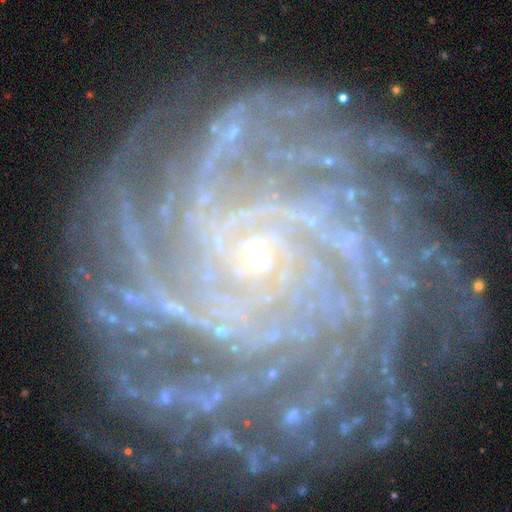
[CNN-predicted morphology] A featured or disk galaxy (90%) with no bar (66%), more than 4 (43%) tight (81%) spiral arms (98%) and a small central bulge (87%).

Vote fractions:
- Smooth or featured? featured or disk: 90% / star or artifact: 6% / smooth: 4%
- Edge-on disk? no: 98% / yes: 2%
- Bar? no: 66% / weak: 23% / strong: 10%
- Spiral arms? yes: 98% / no: 2%
- Spiral winding? tight: 81% / medium: 16% / loose: 3%
- Spiral arm count? more than 4: 43% / 4: 16% / can't tell: 15% / 3: 9% / 2: 9% / 1: 8%
- Bulge size? small: 87% / moderate: 9% / none: 2% / large: 1% / dominant: 1%
- Merging? none: 81% / minor disturbance: 12% / major disturbance: 5% / merger: 2%